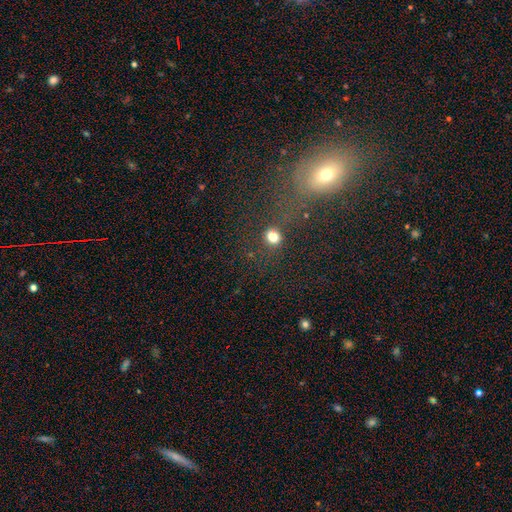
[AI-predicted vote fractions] A smooth galaxy with no disk features (49%).

Vote fractions:
- Smooth or featured? smooth: 49% / star or artifact: 37% / featured or disk: 14%
- Merging? none: 55% / merger: 21% / minor disturbance: 13% / major disturbance: 11%